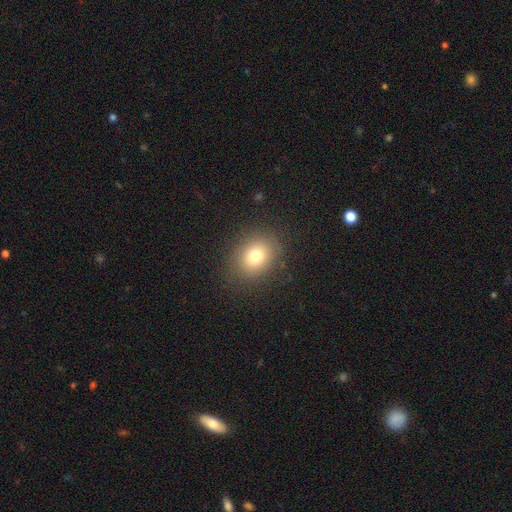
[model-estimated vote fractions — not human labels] A smooth galaxy with no disk features (76%) that is round (60%). Merging: none (88%).